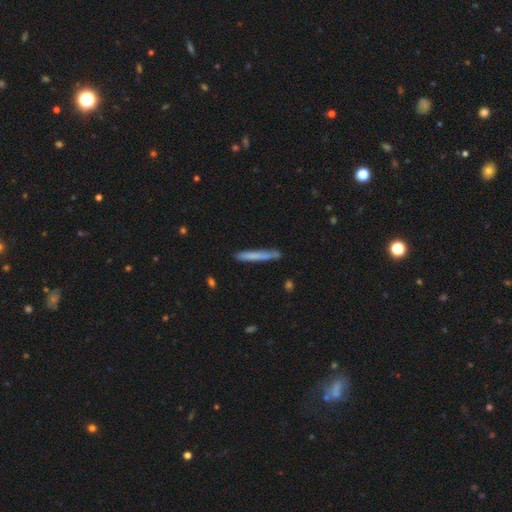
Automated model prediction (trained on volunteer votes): A smooth galaxy with no disk features (68%) that is cigar-shaped (96%). Merging: none (83%).